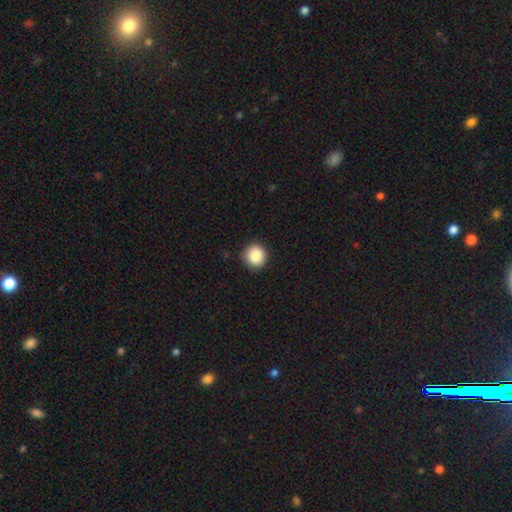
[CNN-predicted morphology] The model was most divided on "merging": none: 86%, minor disturbance: 11%, major disturbance: 2%, merger: 1%. More confident: how rounded — round (92%); smooth or featured — smooth (87%).